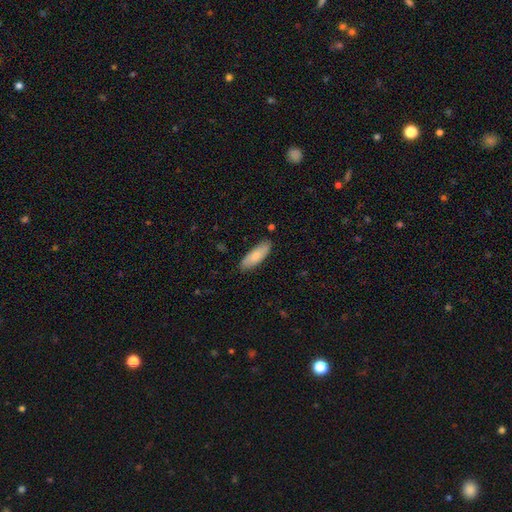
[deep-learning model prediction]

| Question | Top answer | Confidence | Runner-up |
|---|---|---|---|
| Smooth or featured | smooth | 81% | featured or disk (14%) |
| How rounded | in between | 62% | cigar-shaped (36%) |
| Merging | none | 85% | minor disturbance (11%) |